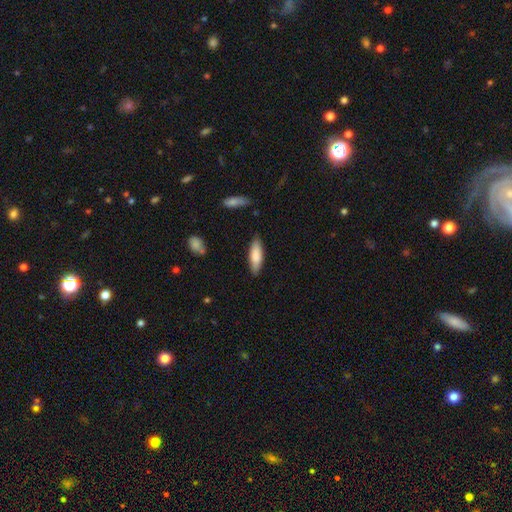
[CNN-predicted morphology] type=smooth (80%); roundness=in between (54%); merging=none (83%).